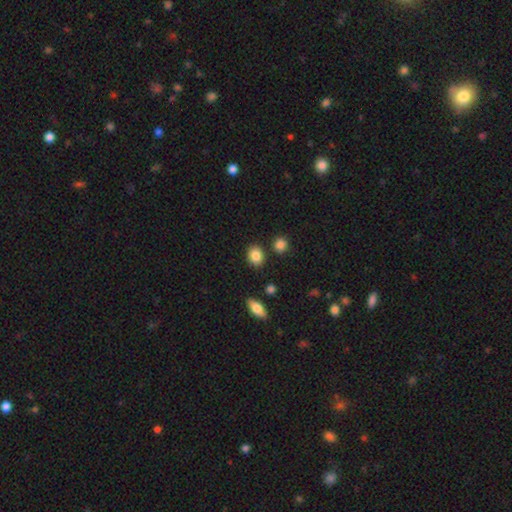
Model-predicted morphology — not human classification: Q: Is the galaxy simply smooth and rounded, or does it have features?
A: smooth — 86%.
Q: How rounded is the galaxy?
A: round — 53%.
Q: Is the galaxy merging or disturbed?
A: none — 84%.